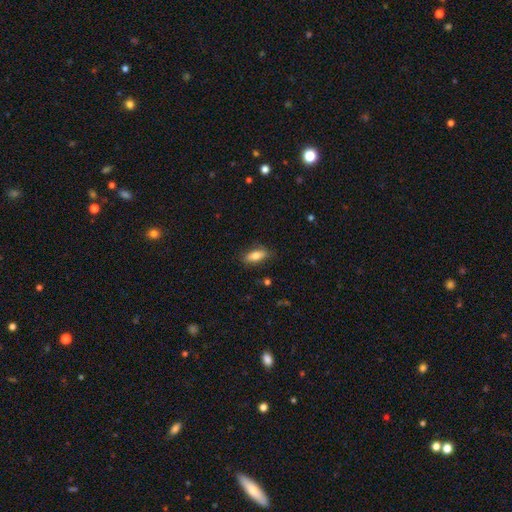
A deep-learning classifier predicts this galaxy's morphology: Smooth or featured: smooth — 72% (featured or disk — 21%)
How rounded: in between — 74% (cigar-shaped — 23%)
Merging: none — 80% (minor disturbance — 16%)